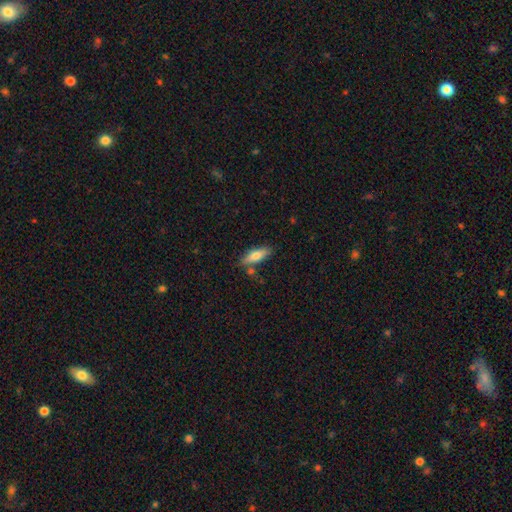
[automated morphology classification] A smooth galaxy with no disk features (73%) that is cigar-shaped (49%, tied with in between).

Vote fractions:
- Smooth or featured? smooth: 73% / featured or disk: 20% / star or artifact: 7%
- How rounded? cigar-shaped: 49% (tied) / in between: 49% (tied) / round: 2%
- Merging? none: 74% / minor disturbance: 14% / merger: 8% / major disturbance: 3%